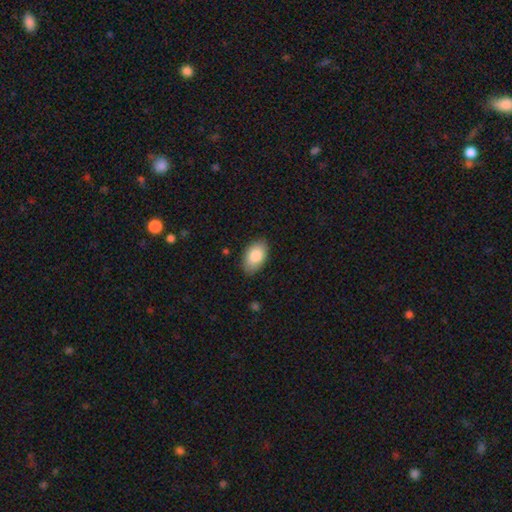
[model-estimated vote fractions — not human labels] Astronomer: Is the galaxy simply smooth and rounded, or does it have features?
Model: smooth — 84%.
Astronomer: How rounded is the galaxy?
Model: in between — 93%.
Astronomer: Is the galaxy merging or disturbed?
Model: none — 85%.